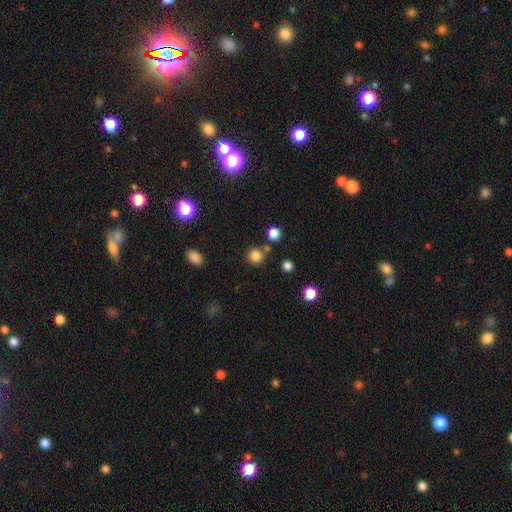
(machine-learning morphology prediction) Overall: smooth (82%). How rounded: round (91%). Merging: none (77%).